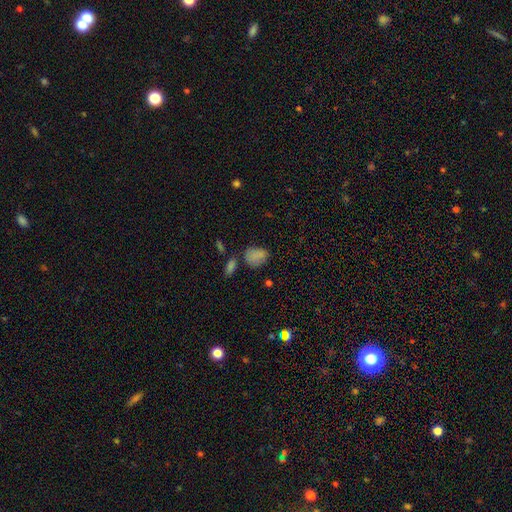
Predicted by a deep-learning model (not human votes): This appears to be a smooth galaxy with no disk features (82%) that is in between round and cigar-shaped (66%). Merging: none (58%).